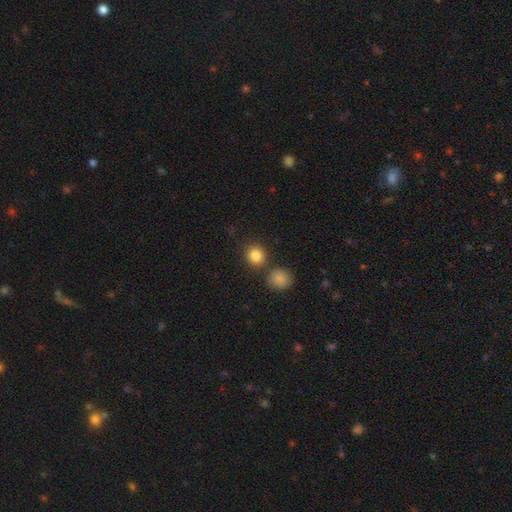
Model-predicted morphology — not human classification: Smooth or featured? smooth (85%)
How rounded? round (85%)
Merging? none (73%)